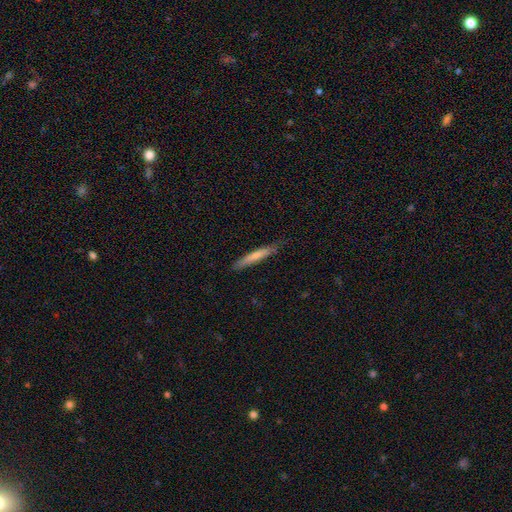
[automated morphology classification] This is likely a smooth galaxy (70%). How rounded: clearly cigar-shaped (94%). Merging: likely none (78%).